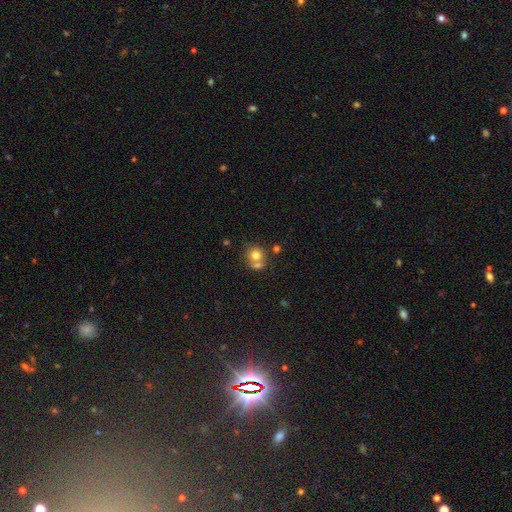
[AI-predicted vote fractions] smooth-or-featured: smooth: 73% | featured or disk: 16% | star or artifact: 11%
  how-rounded: round: 82% | in between: 17% | cigar-shaped: 1%
  merging: merger: 44% | none: 43% | minor disturbance: 9% | major disturbance: 4%